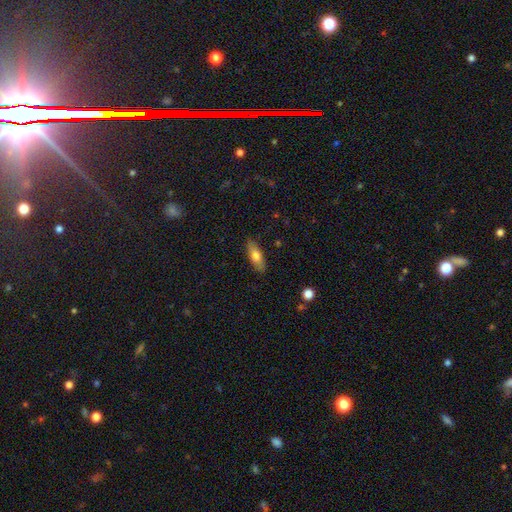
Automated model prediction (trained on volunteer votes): Overall: smooth (69%). How rounded: in between (63%; cigar-shaped 34%). Merging: none (85%).